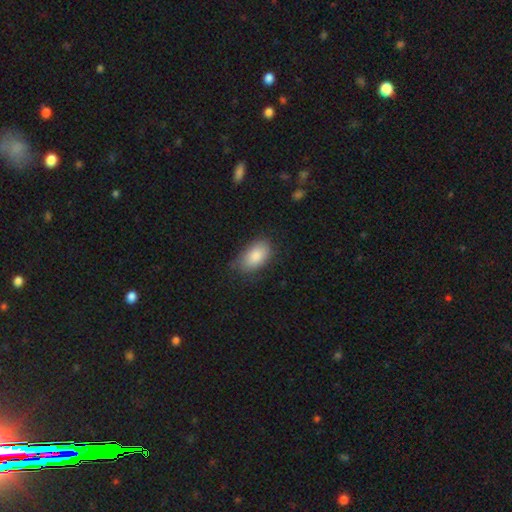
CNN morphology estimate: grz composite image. It shows a smooth galaxy with no disk features (84%) that is in between round and cigar-shaped (93%). Merging: none (70%).